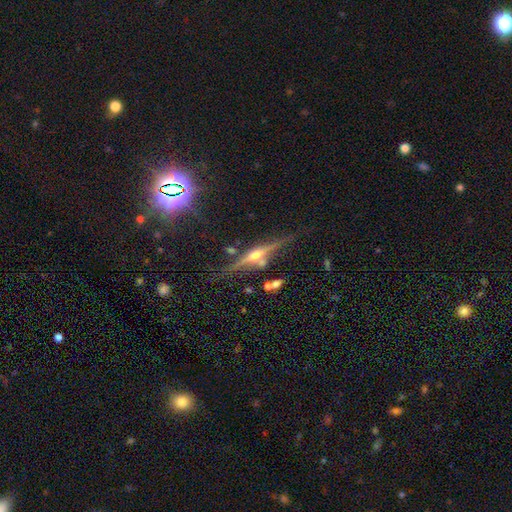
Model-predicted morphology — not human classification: This is clearly a featured or disk galaxy (82%). It is clearly viewed edge-on (96%). Edge-on bulge: clearly rounded (94%). Merging: clearly none (80%).